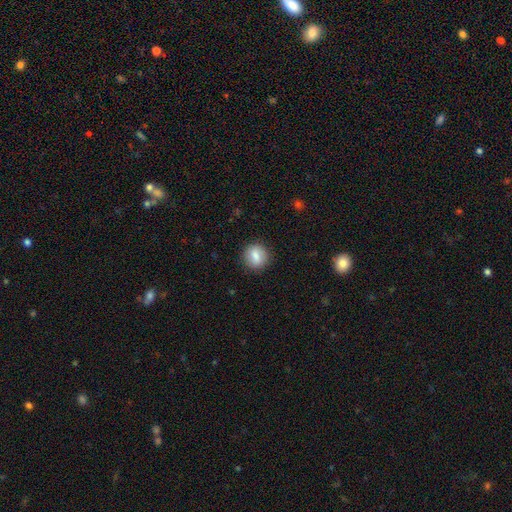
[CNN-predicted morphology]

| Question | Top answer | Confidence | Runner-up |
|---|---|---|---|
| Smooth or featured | smooth | 78% | featured or disk (14%) |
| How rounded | round | 79% | in between (20%) |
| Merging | none | 87% | minor disturbance (9%) |